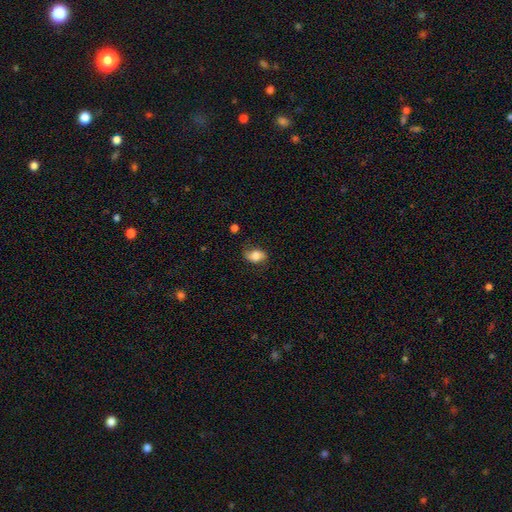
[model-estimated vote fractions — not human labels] Smooth or featured? Predicted: smooth (p=0.70). How rounded? Predicted: in between (p=0.79). Merging? Predicted: none (p=0.68).